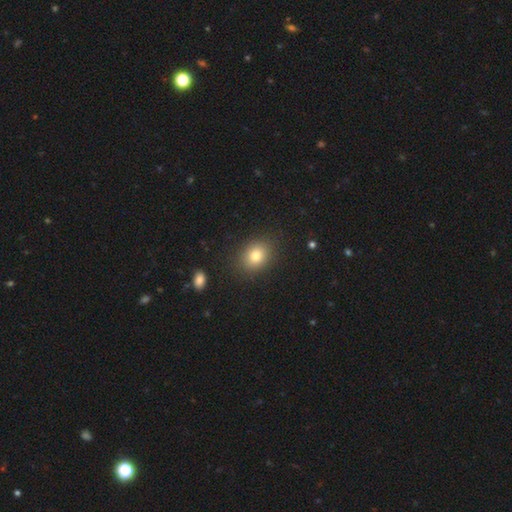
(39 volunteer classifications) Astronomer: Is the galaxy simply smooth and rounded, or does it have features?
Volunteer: smooth — 82%.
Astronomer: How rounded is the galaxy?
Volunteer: round — 59% (runner-up: in between, 38%).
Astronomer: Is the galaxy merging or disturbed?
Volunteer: none — 84%.